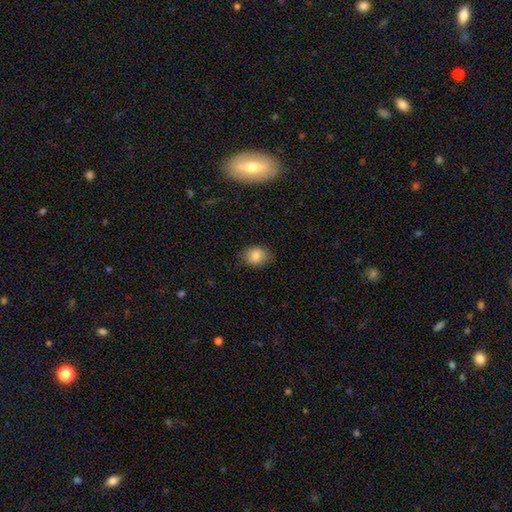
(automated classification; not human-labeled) smooth-or-featured: smooth: 83% | star or artifact: 9% | featured or disk: 8%
  how-rounded: in between: 59% | round: 40% | cigar-shaped: 1%
  merging: none: 80% | minor disturbance: 15% | major disturbance: 3% | merger: 1%